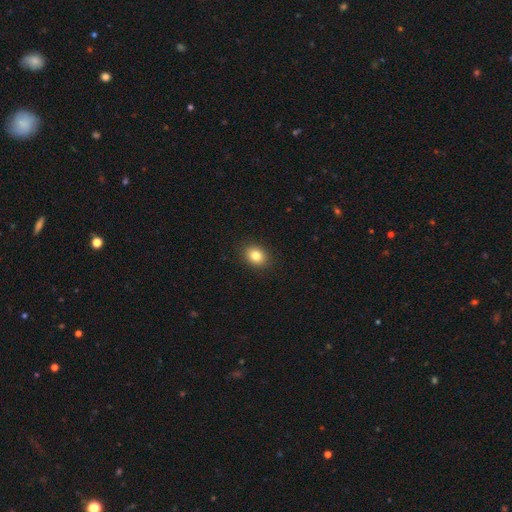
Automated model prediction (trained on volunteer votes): Q: Smooth or featured?
A: smooth (82%); runner-up: star or artifact (10%)
Q: How rounded?
A: in between (50%); runner-up: round (49%)
Q: Merging?
A: none (90%); runner-up: minor disturbance (7%)